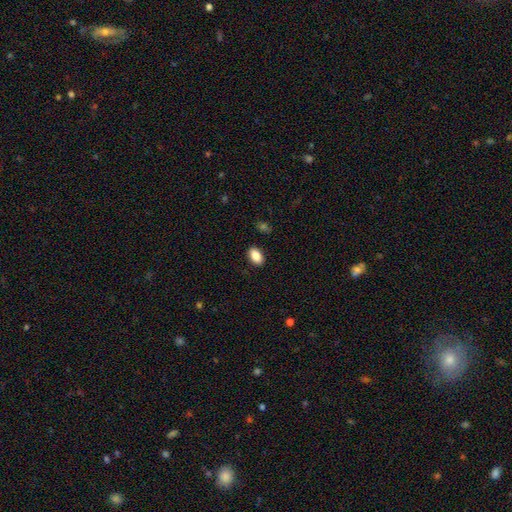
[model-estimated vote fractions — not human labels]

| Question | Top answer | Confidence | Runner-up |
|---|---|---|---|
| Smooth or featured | smooth | 86% | star or artifact (8%) |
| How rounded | in between | 91% | round (7%) |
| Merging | none | 89% | minor disturbance (8%) |